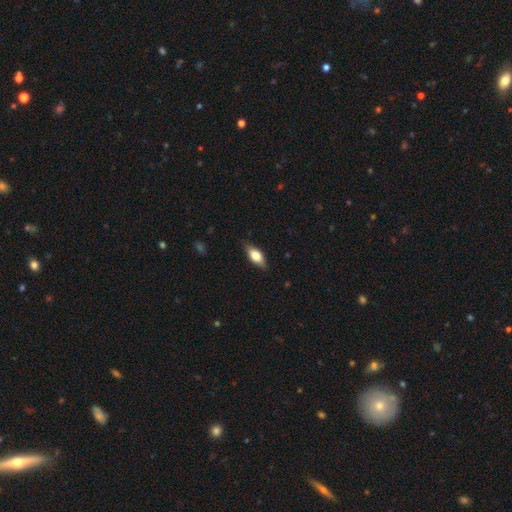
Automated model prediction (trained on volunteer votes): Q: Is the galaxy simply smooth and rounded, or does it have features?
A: smooth — 67%.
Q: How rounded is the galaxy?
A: in between — 81%.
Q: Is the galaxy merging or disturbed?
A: none — 83%.